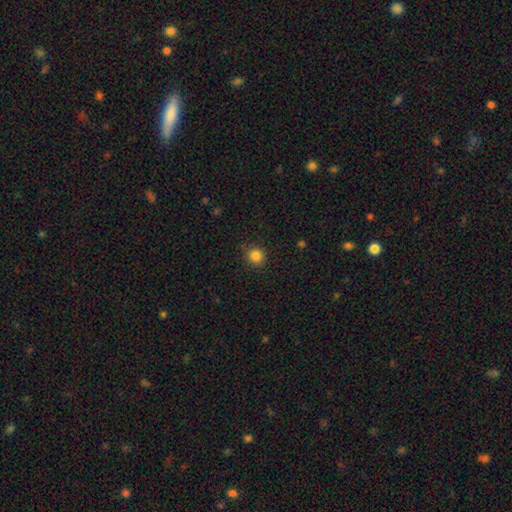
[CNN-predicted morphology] This is clearly a smooth galaxy (84%). How rounded: clearly round (87%). Merging: clearly none (88%).